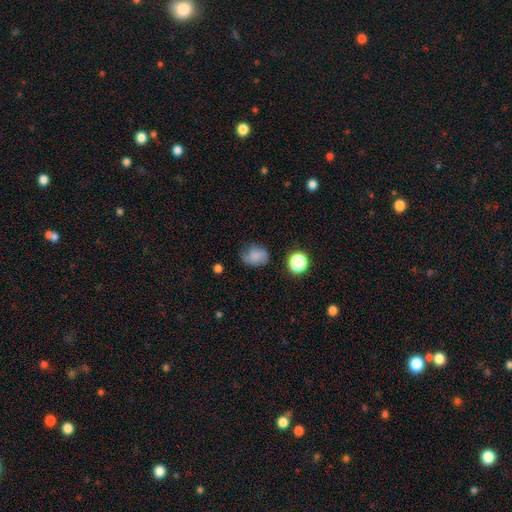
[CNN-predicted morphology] This appears to be a smooth galaxy with no disk features (74%) that is in between round and cigar-shaped (58%). Merging: none (57%).